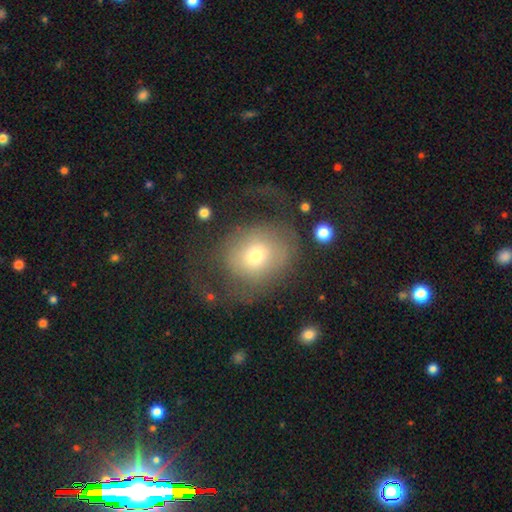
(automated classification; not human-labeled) smooth-or-featured: smooth: 54% | featured or disk: 36% | star or artifact: 10%
  how-rounded: round: 69% | in between: 30% | cigar-shaped: 1%
  merging: major disturbance: 41% | none: 40% | minor disturbance: 17% | merger: 3%